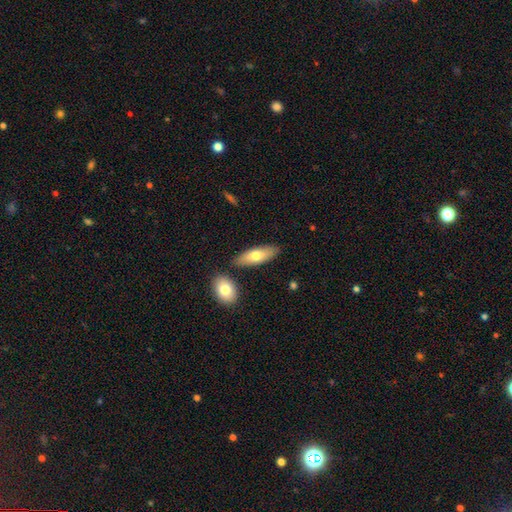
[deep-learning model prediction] This appears to be a smooth galaxy with no disk features (69%) that is in between round and cigar-shaped (66%). Merging: none (80%).